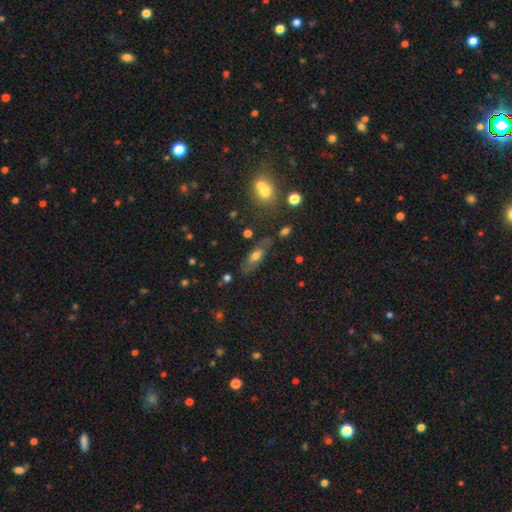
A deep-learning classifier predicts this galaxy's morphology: Smooth or featured: smooth — 51% (featured or disk — 39%)
How rounded: in between — 75% (cigar-shaped — 20%)
Merging: none — 69% (minor disturbance — 19%)